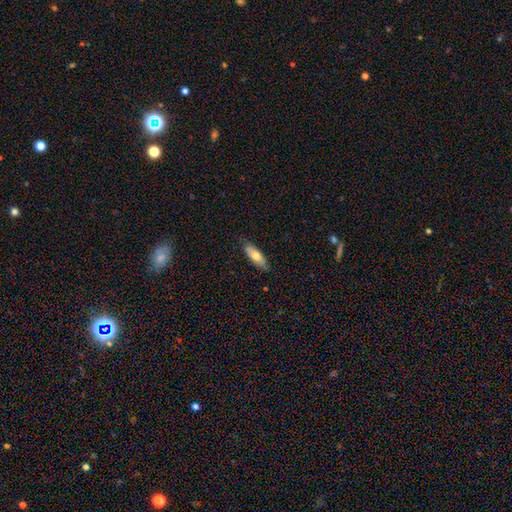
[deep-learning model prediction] Overall: smooth (71%). How rounded: in between (68%; cigar-shaped 30%). Merging: none (81%).